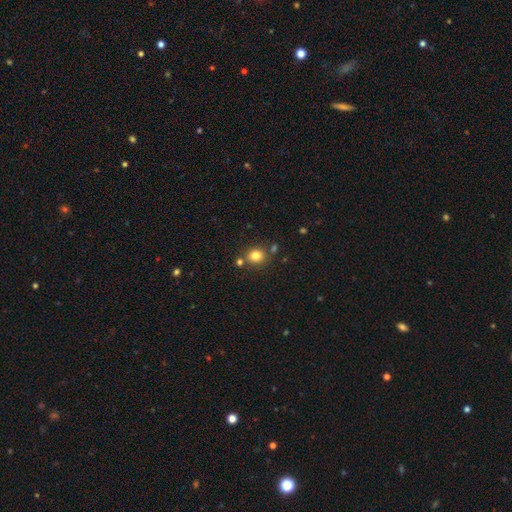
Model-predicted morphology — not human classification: type=smooth (81%); roundness=round (76%); merging=none (74%).